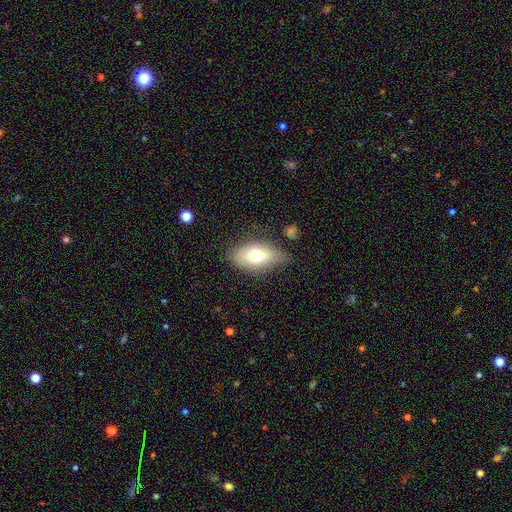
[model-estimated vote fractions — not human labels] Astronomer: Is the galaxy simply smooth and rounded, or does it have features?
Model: smooth — 68%.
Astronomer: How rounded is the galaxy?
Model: in between — 87%.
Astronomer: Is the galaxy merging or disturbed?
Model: none — 67%.